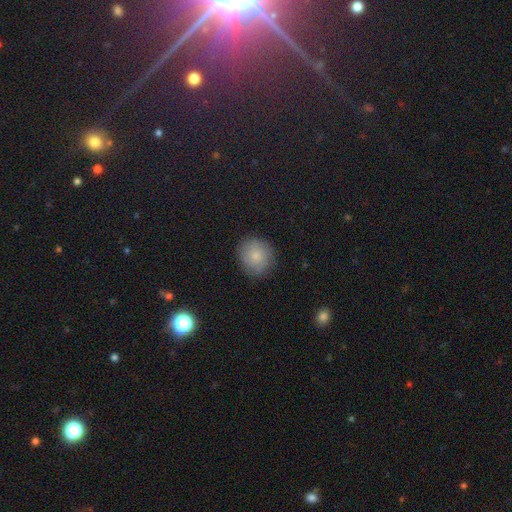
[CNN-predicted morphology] smooth 78%, featured or disk 13%, star or artifact 9%. Down the decision tree: how rounded — round (86%); merging — none (83%).